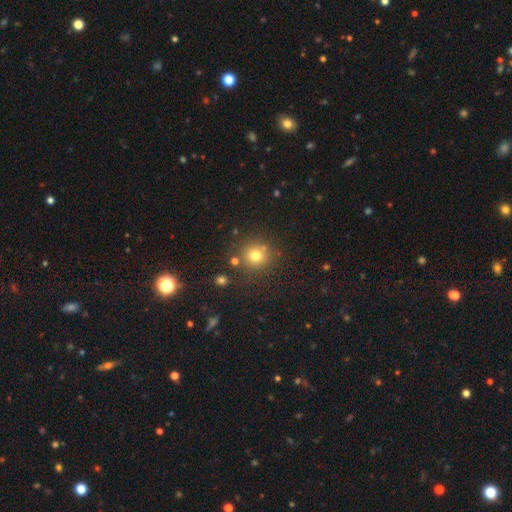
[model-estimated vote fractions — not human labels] Smooth or featured: smooth — 75% (star or artifact — 16%)
How rounded: round — 92% (in between — 7%)
Merging: none — 81% (minor disturbance — 9%)